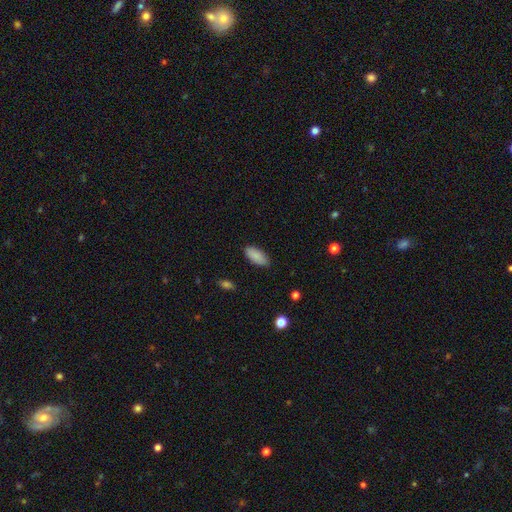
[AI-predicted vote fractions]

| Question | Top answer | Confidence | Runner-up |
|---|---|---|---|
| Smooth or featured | smooth | 89% | star or artifact (6%) |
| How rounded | in between | 90% | cigar-shaped (8%) |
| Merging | none | 87% | minor disturbance (10%) |